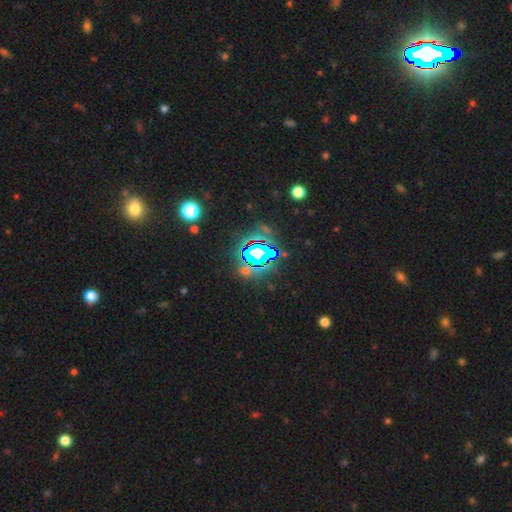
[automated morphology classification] Q: Smooth or featured?
A: star or artifact (74%); runner-up: smooth (15%)